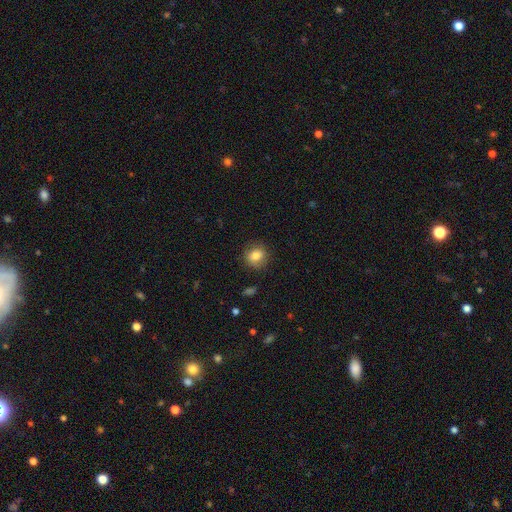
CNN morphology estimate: Smooth or featured? Predicted: smooth (p=0.81). How rounded? Predicted: round (p=0.68). Merging? Predicted: none (p=0.84).